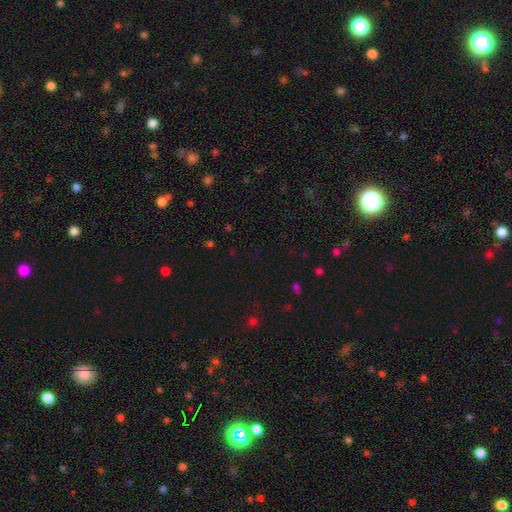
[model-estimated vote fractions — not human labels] Smooth or featured?
  - star or artifact: 64% *
  - smooth: 29%
  - featured or disk: 7%